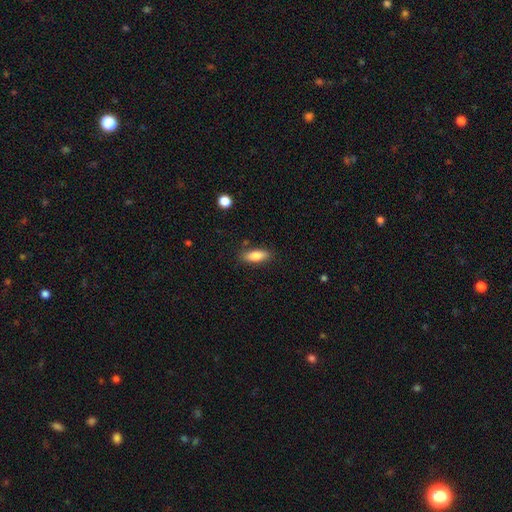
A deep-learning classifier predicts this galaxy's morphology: A smooth galaxy with no disk features (81%) that is in between round and cigar-shaped (70%).

Vote fractions:
- Smooth or featured? smooth: 81% / featured or disk: 12% / star or artifact: 7%
- How rounded? in between: 70% / cigar-shaped: 28% / round: 2%
- Merging? none: 83% / minor disturbance: 12% / major disturbance: 3% / merger: 2%